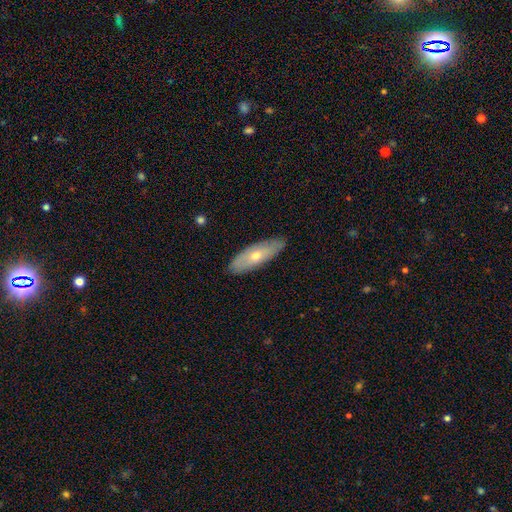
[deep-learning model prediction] A smooth galaxy with no disk features (55%) that is in between round and cigar-shaped (55%). Merging: none (85%).